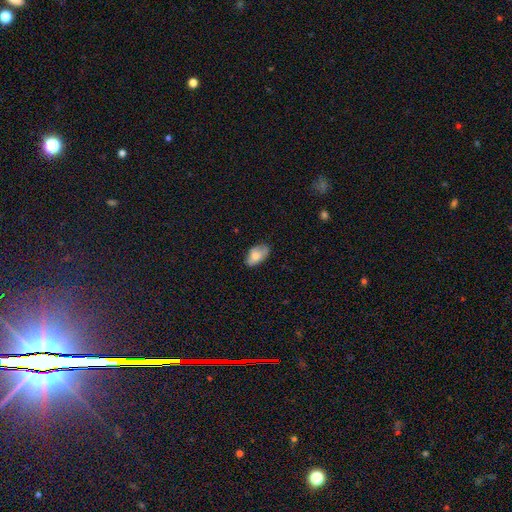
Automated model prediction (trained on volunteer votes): This appears to be a smooth galaxy with no disk features (76%) that is in between round and cigar-shaped (93%). Merging: none (71%).